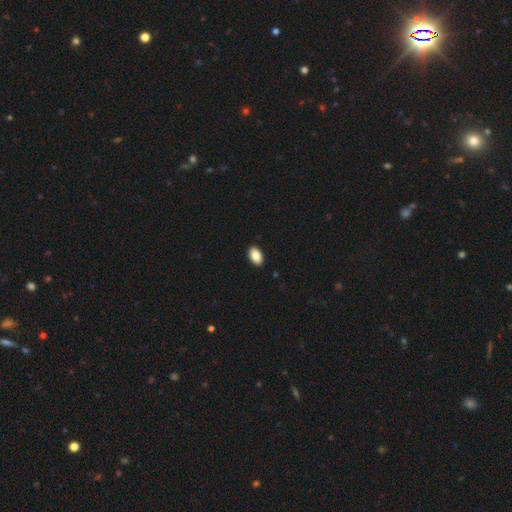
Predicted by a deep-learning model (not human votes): Q: Smooth or featured?
A: smooth (87%); runner-up: star or artifact (8%)
Q: How rounded?
A: in between (92%); runner-up: round (6%)
Q: Merging?
A: none (91%); runner-up: minor disturbance (7%)